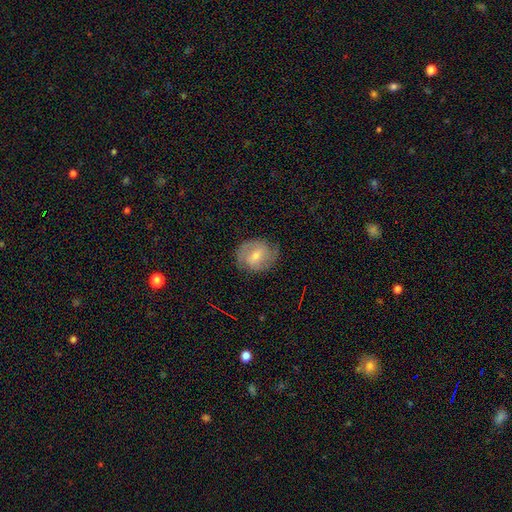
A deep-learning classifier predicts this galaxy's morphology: smooth_or_featured: featured or disk (p=0.65) [alt: smooth p=0.26]
disk_edge_on: no (p=0.97) [alt: yes p=0.03]
bar: weak (p=0.51) [alt: no p=0.28]
has_spiral_arms: yes (p=0.87) [alt: no p=0.13]
spiral_winding: tight (p=0.45) [alt: medium p=0.42]
spiral_arm_count: 2 (p=0.73) [alt: can't tell p=0.16]
bulge_size: moderate (p=0.47) [alt: small p=0.46]
merging: none (p=0.78) [alt: minor disturbance p=0.15]